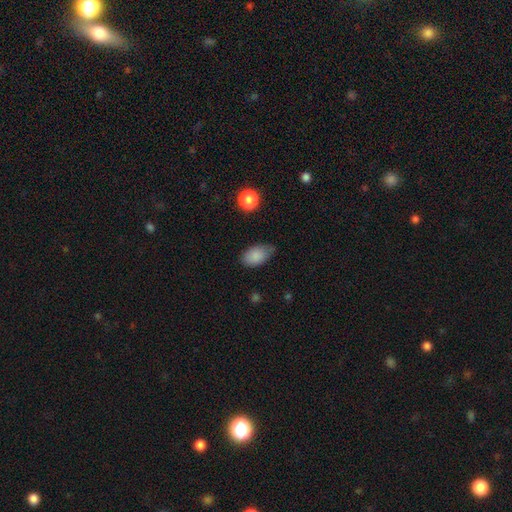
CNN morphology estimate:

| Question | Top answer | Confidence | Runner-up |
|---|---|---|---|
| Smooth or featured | smooth | 86% | star or artifact (8%) |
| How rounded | in between | 91% | round (8%) |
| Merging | none | 60% | minor disturbance (32%) |